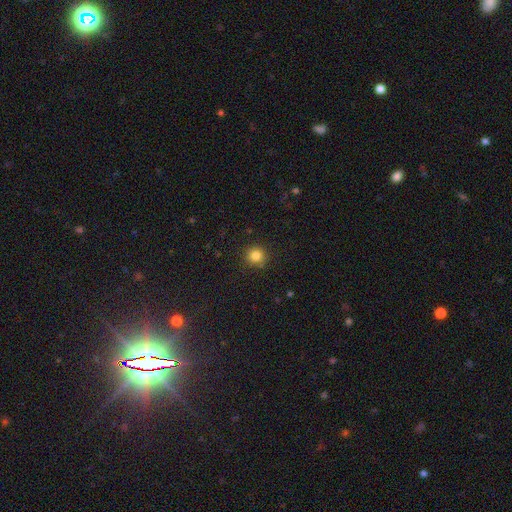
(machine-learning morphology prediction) Overall: smooth (83%). How rounded: round (93%). Merging: none (90%).